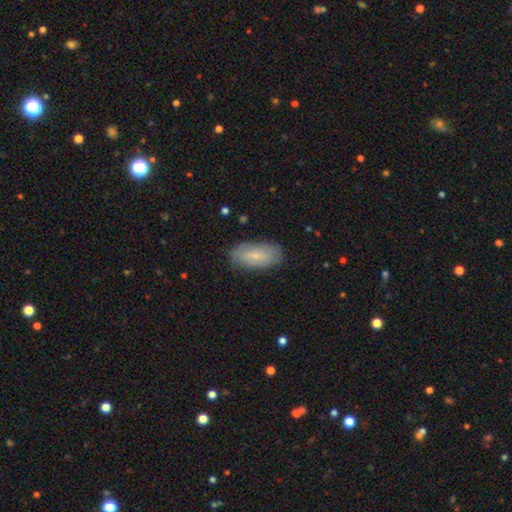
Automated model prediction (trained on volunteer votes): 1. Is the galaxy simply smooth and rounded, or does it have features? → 65% smooth, 28% featured or disk, 7% star or artifact.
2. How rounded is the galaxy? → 89% in between, 9% cigar-shaped, 3% round.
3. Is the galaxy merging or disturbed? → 82% none, 14% minor disturbance, 3% major disturbance, 1% merger.